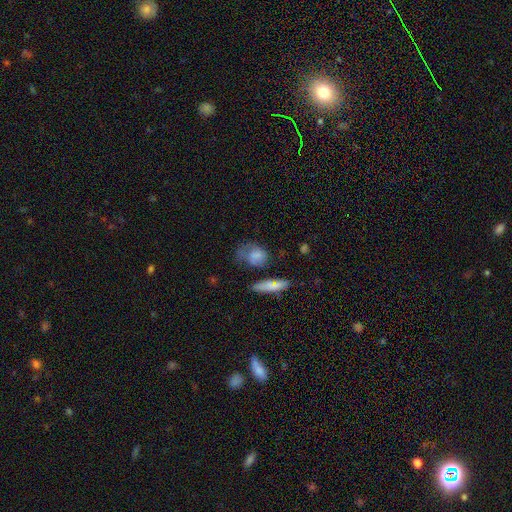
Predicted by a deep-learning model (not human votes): smooth-or-featured: smooth: 67% | featured or disk: 24% | star or artifact: 9%
  how-rounded: in between: 64% | round: 31% | cigar-shaped: 5%
  merging: none: 38% | minor disturbance: 28% | major disturbance: 25% | merger: 9%